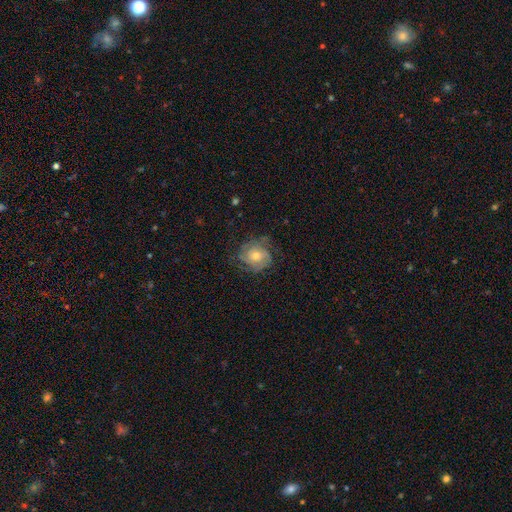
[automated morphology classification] Smooth or featured? Predicted: featured or disk (p=0.69). Edge-on disk? Predicted: no (p=0.97). Bar? Predicted: no (p=0.74). Spiral arms? Predicted: yes (p=0.90). Spiral winding? Predicted: tight (p=0.57). Spiral arm count? Predicted: can't tell (p=0.32). Bulge size? Predicted: moderate (p=0.65). Merging? Predicted: none (p=0.71).